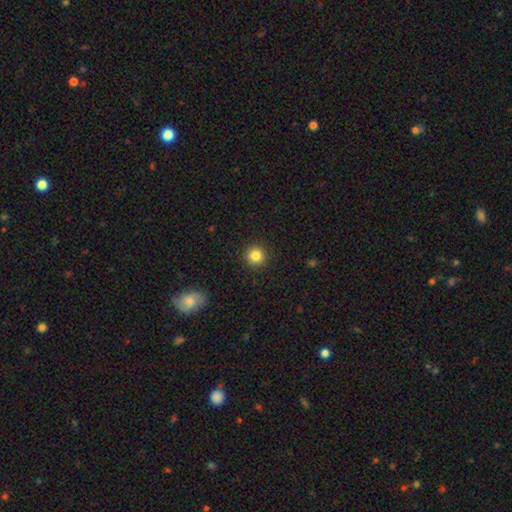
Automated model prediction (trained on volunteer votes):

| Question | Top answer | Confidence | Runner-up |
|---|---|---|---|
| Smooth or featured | smooth | 84% | star or artifact (11%) |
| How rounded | round | 95% | in between (4%) |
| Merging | none | 92% | minor disturbance (5%) |